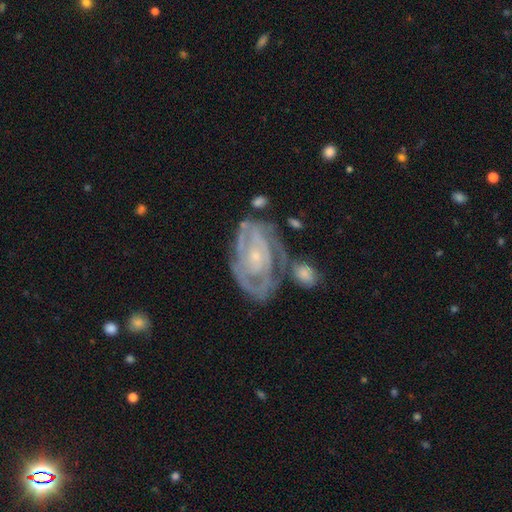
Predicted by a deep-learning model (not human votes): This appears to be a featured or disk galaxy (85%) with no bar (67%), 2 (36%) tight (69%) spiral arms (92%) and a small central bulge (76%). Merging: none (51%).